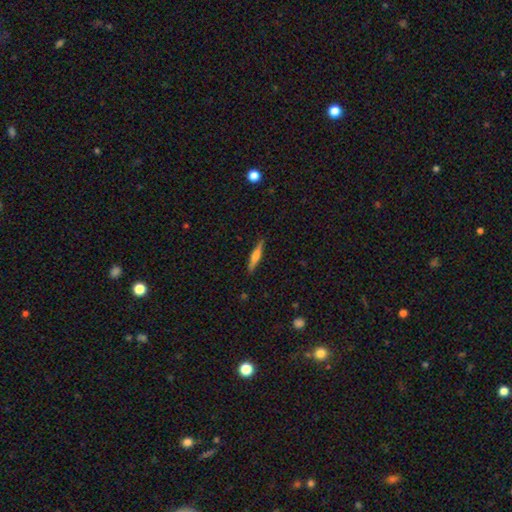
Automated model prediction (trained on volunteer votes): A featured or disk galaxy (53%) viewed edge-on (97%) with a rounded central bulge (73%). Merging: none (90%).